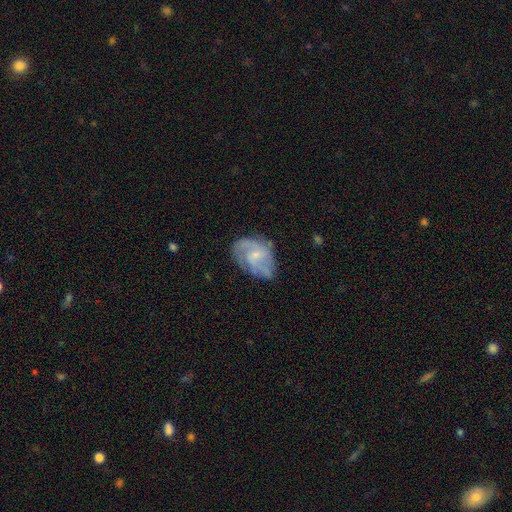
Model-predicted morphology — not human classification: Smooth or featured: featured or disk — 70% (smooth — 23%)
Edge-on disk: no — 97% (yes — 3%)
Bar: no — 59% (weak — 36%)
Spiral arms: yes — 82% (no — 18%)
Spiral winding: medium — 46% (tight — 31%)
Spiral arm count: 2 — 37% (can't tell — 30%)
Bulge size: small — 68% (moderate — 23%)
Merging: none — 55% (minor disturbance — 28%)